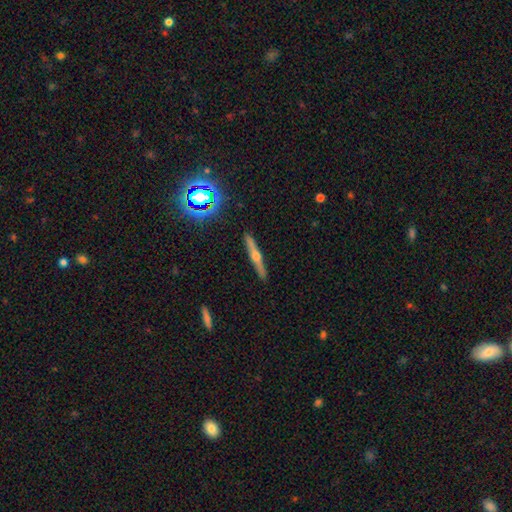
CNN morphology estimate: featured or disk 68%, smooth 22%, star or artifact 10%. Down the decision tree: edge-on disk — yes (97%); edge-on bulge — rounded (90%); merging — none (91%).